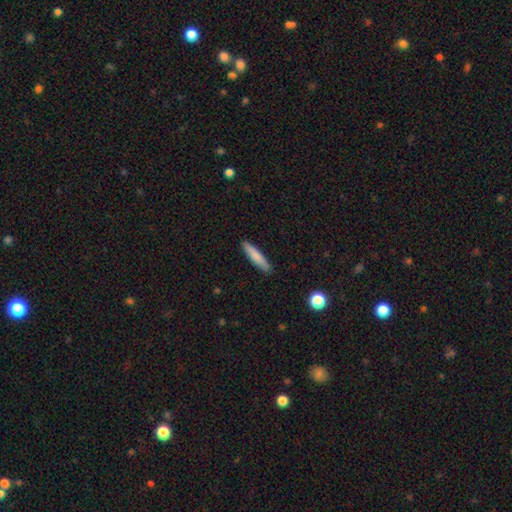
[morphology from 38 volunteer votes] Q: Smooth or featured?
A: smooth (84%); runner-up: featured or disk (11%)
Q: How rounded?
A: cigar-shaped (97%); runner-up: in between (3%)
Q: Merging?
A: none (89%); runner-up: minor disturbance (11%)